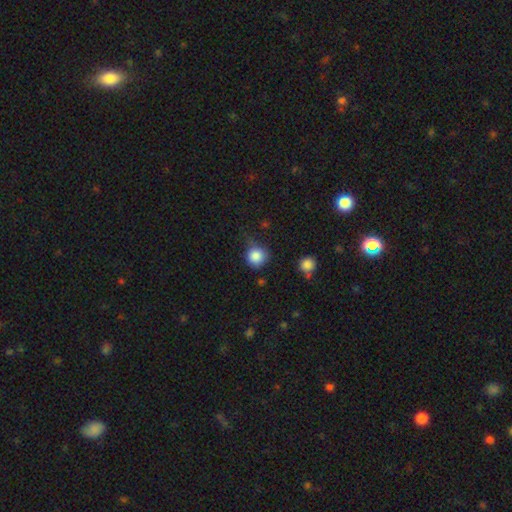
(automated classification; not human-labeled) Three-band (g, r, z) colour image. It shows a smooth galaxy with no disk features (85%) that is round (90%). Merging: none (61%).